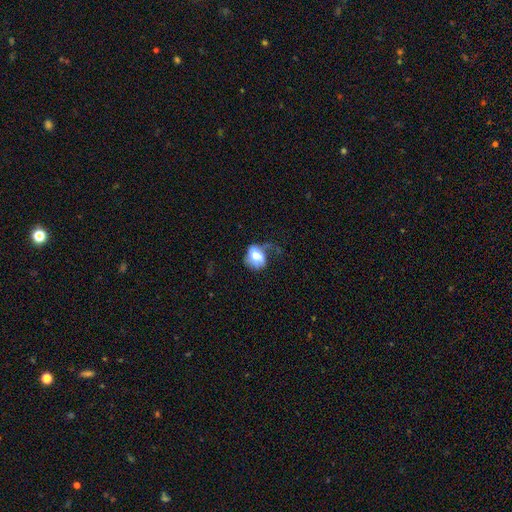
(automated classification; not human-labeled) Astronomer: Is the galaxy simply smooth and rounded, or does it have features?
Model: smooth — 49% (runner-up: featured or disk, 41%).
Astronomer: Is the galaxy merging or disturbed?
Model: major disturbance — 35% (runner-up: none, 29%).